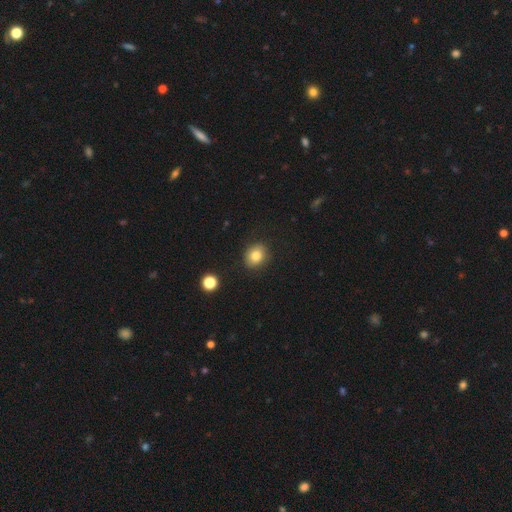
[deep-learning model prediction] smooth_or_featured: smooth (p=0.81) [alt: star or artifact p=0.10]
how_rounded: round (p=0.63) [alt: in between p=0.36]
merging: none (p=0.87) [alt: minor disturbance p=0.09]